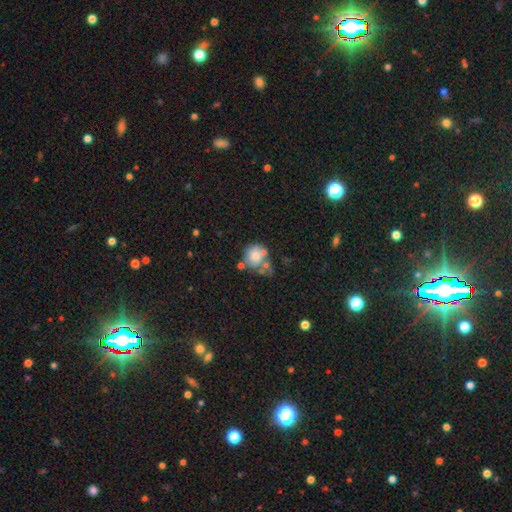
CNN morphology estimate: A smooth galaxy with no disk features (69%) that is round (76%).

Vote fractions:
- Smooth or featured? smooth: 69% / featured or disk: 22% / star or artifact: 9%
- How rounded? round: 76% / in between: 23% / cigar-shaped: 1%
- Merging? none: 36% / merger: 32% / minor disturbance: 20% / major disturbance: 12%